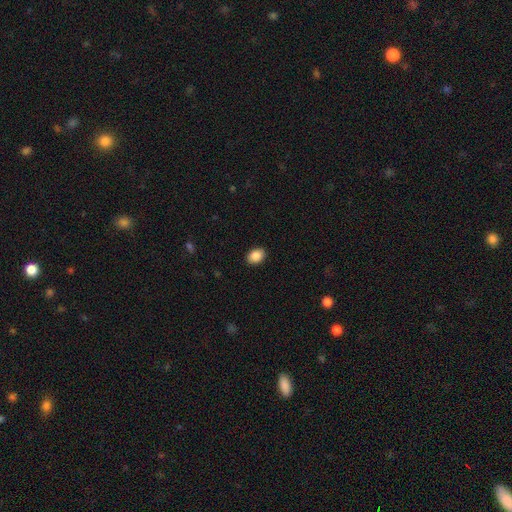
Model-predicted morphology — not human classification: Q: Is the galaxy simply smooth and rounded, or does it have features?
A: smooth — 88%.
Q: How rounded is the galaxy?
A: in between — 73%.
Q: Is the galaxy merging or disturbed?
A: none — 90%.